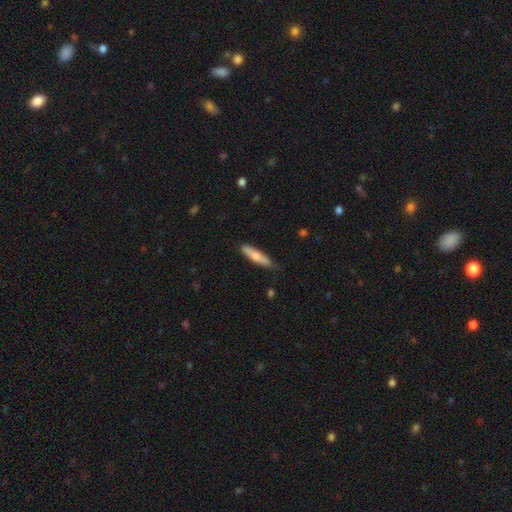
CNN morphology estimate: Smooth or featured? smooth (66%)
How rounded? cigar-shaped (77%)
Merging? none (80%)